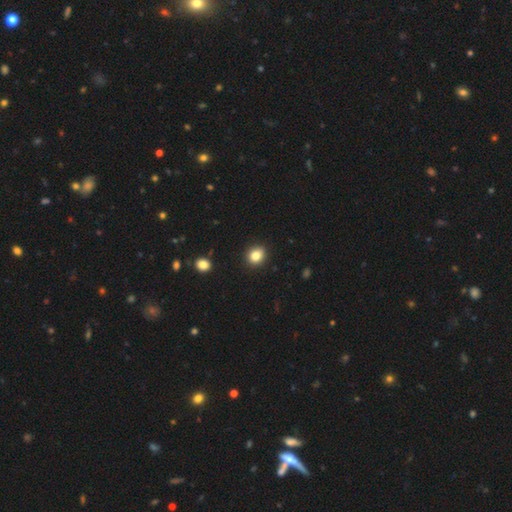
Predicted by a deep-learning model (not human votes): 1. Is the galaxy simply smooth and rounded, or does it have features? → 84% smooth, 11% star or artifact, 6% featured or disk.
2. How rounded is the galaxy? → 73% round, 26% in between, 1% cigar-shaped.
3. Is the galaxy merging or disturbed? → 91% none, 6% minor disturbance, 2% major disturbance, 1% merger.